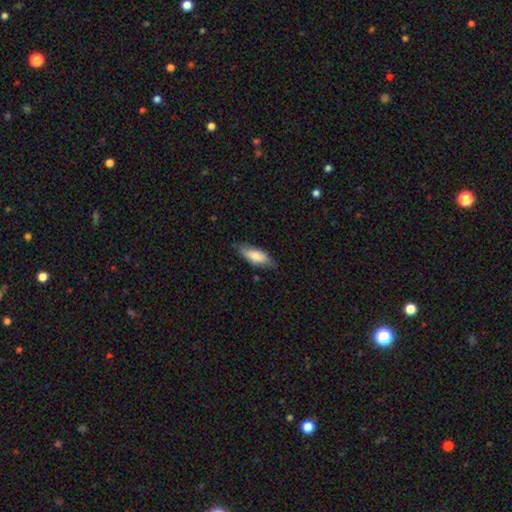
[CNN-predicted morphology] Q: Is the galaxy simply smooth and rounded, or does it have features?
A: smooth — 74%.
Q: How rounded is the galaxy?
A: in between — 73%.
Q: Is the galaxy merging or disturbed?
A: none — 76%.